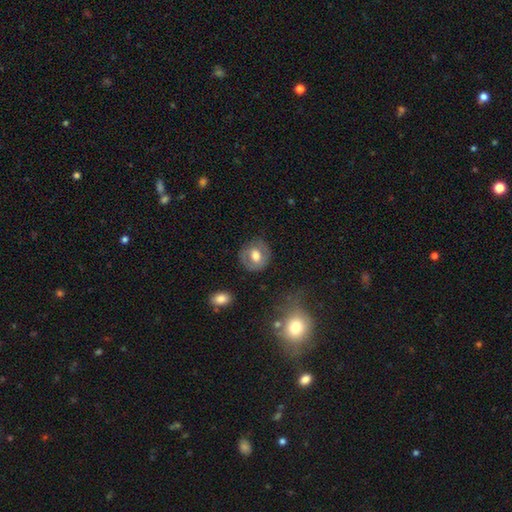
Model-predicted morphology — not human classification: Smooth or featured? smooth (57%)
How rounded? round (77%)
Merging? none (78%)